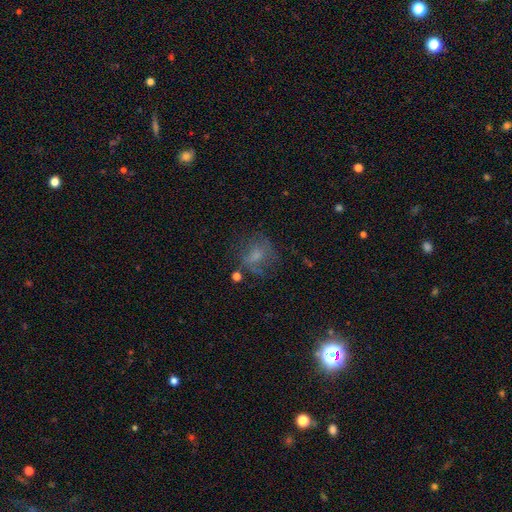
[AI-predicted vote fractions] This is possibly a smooth galaxy (49%). Merging: possibly none (52%).